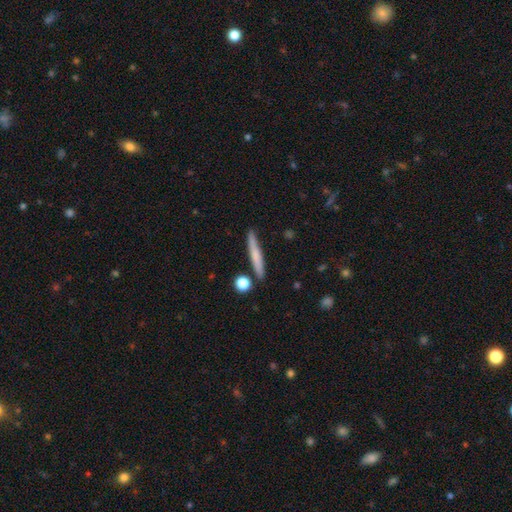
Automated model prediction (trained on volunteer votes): Morphology: type=smooth (64%); roundness=cigar-shaped (93%); merging=none (86%).